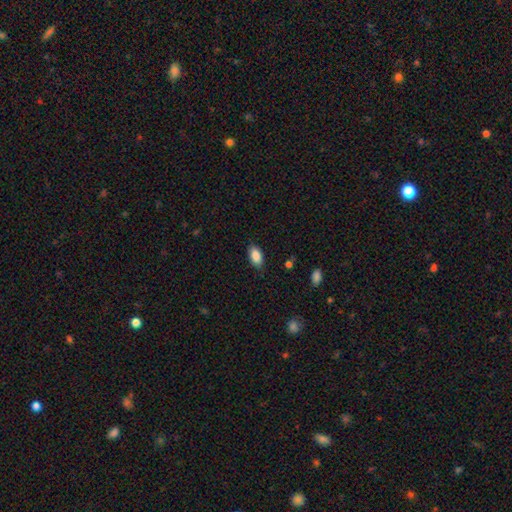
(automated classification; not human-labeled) This appears to be a smooth galaxy with no disk features (87%) that is in between round and cigar-shaped (93%). Merging: none (84%).